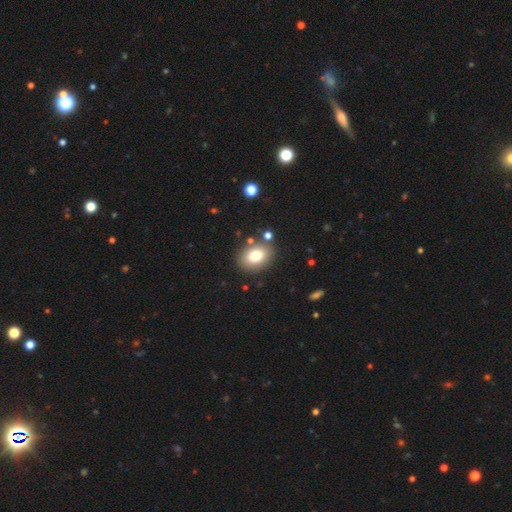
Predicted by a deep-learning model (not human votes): The model was most divided on "how rounded": in between: 70%, round: 29%, cigar-shaped: 1%. More confident: merging — none (82%); smooth or featured — smooth (79%).